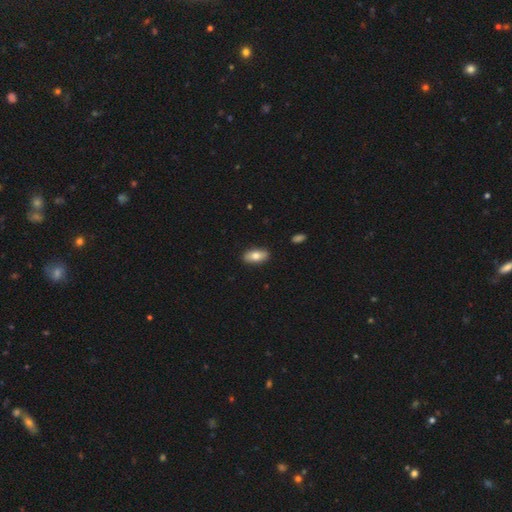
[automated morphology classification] type=smooth (78%); roundness=in between (87%); merging=none (88%).